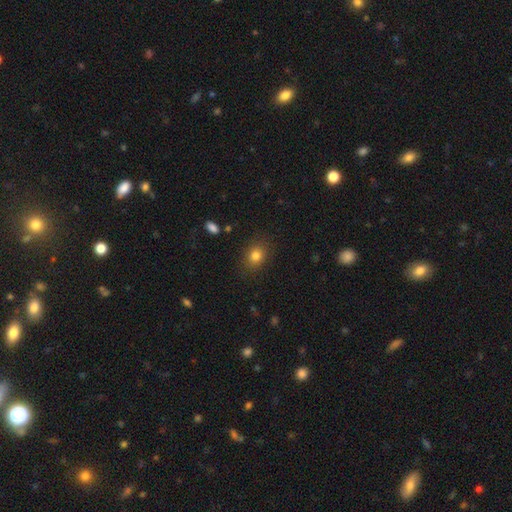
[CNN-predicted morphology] smooth 82%, star or artifact 11%, featured or disk 7%. Down the decision tree: how rounded — in between (51%); merging — none (85%).